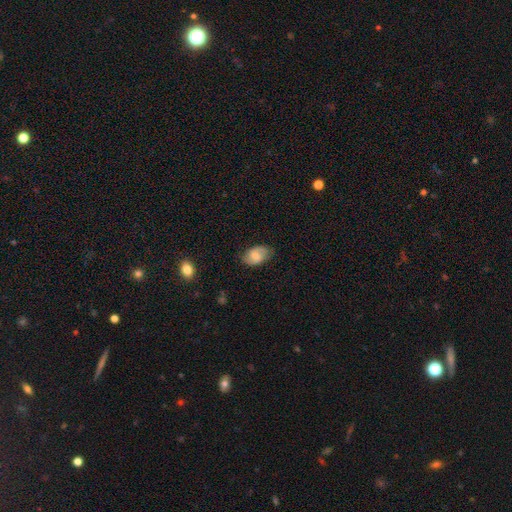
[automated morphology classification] A smooth galaxy with no disk features (60%) that is in between round and cigar-shaped (89%). Merging: none (74%).